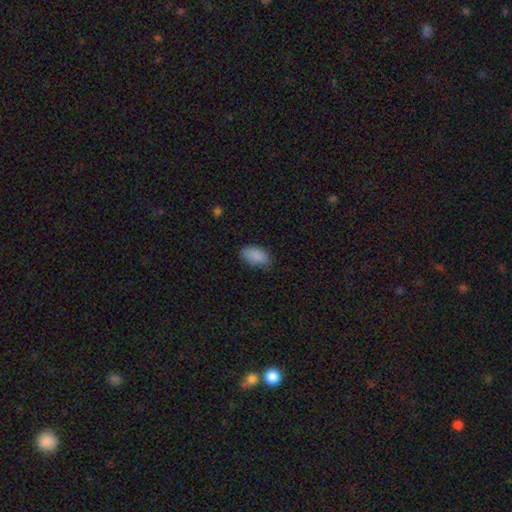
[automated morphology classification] smooth 88%, star or artifact 7%, featured or disk 5%. Down the decision tree: how rounded — in between (93%); merging — none (74%).